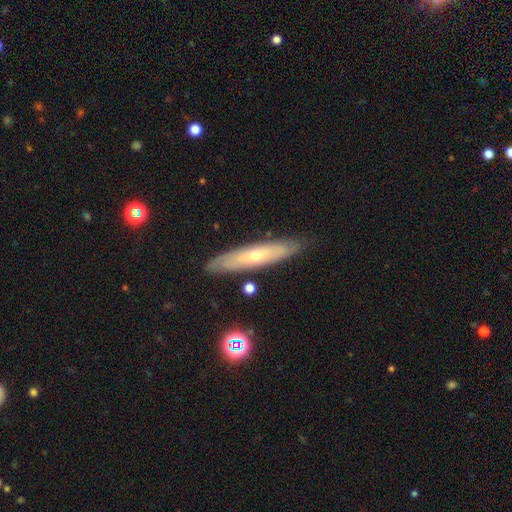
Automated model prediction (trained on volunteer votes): Morphology: type=featured or disk (58%); edge-on=yes (57%); merging=none (83%).